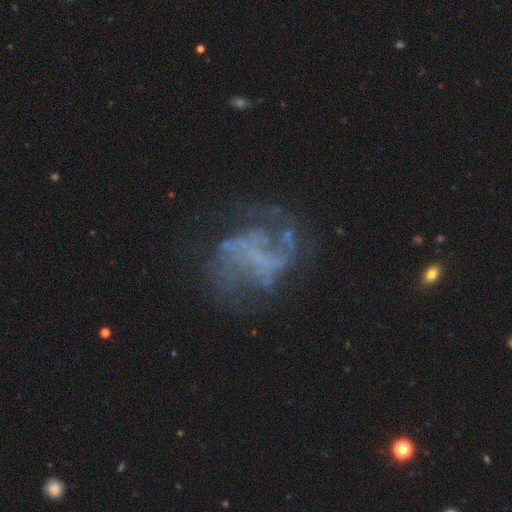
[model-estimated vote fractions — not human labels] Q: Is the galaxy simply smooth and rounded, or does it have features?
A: featured or disk — 74%.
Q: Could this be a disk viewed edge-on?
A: no — 98%.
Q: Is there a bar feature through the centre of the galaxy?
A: no — 49%.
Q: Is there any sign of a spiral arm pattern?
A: yes — 69%.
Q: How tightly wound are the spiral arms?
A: loose — 57%.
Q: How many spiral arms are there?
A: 2 — 61%.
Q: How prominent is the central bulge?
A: none — 74%.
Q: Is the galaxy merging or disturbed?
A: none — 55%.